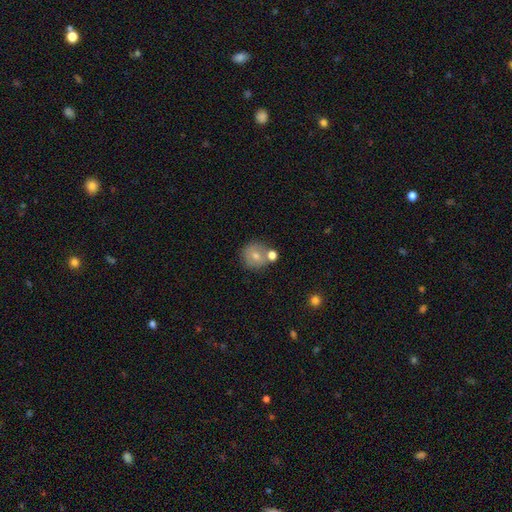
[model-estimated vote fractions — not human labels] A smooth galaxy with no disk features (72%) that is round (86%).

Vote fractions:
- Smooth or featured? smooth: 72% / featured or disk: 18% / star or artifact: 10%
- How rounded? round: 86% / in between: 13% / cigar-shaped: 1%
- Merging? none: 58% / merger: 25% / minor disturbance: 13% / major disturbance: 4%